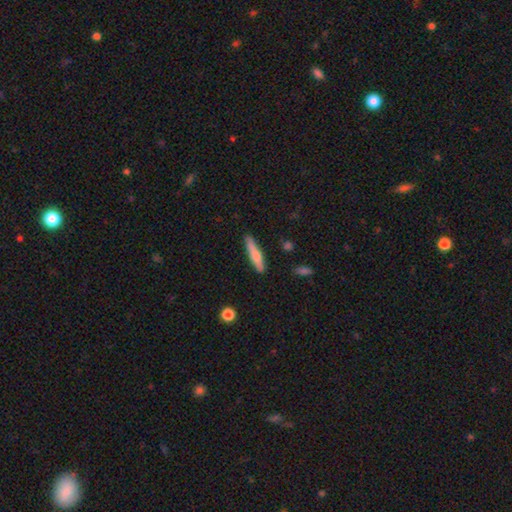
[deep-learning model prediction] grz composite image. It shows a smooth galaxy with no disk features (60%) that is cigar-shaped (86%). Merging: none (83%).